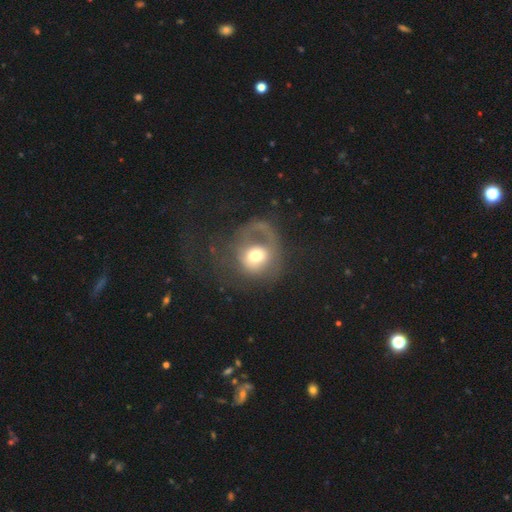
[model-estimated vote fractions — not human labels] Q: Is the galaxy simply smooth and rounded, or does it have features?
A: smooth — 50%.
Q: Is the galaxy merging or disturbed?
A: major disturbance — 51%.